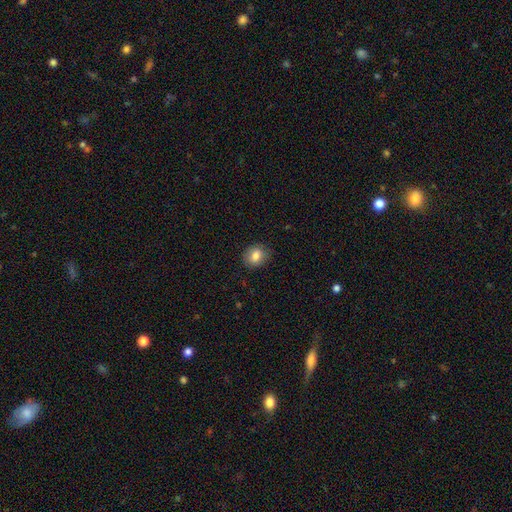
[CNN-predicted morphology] This appears to be a smooth galaxy with no disk features (82%) that is round (64%). Merging: none (87%).